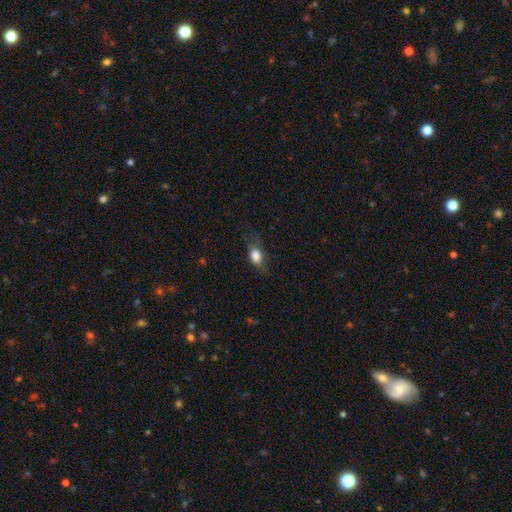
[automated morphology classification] type=smooth (79%); roundness=in between (77%); merging=none (65%).